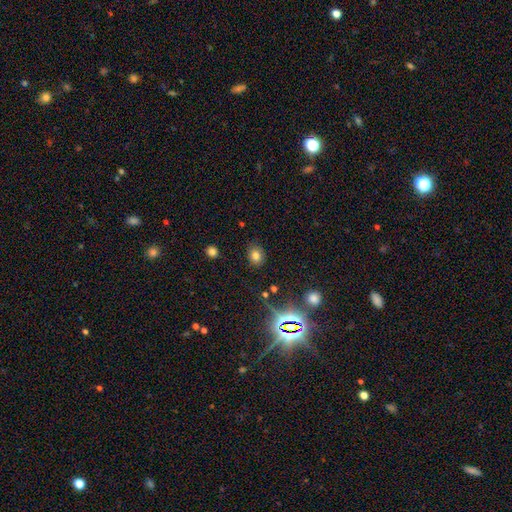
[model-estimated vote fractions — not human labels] The model was most divided on "how rounded": round: 58%, in between: 41%, cigar-shaped: 1%. More confident: merging — none (86%); smooth or featured — smooth (75%).